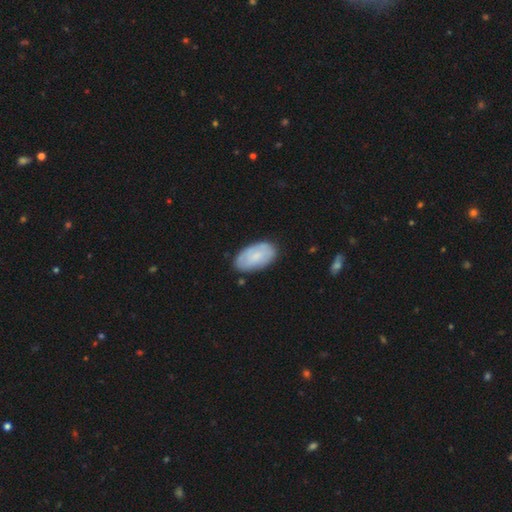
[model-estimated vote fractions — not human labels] A smooth galaxy with no disk features (67%) that is in between round and cigar-shaped (95%). Merging: none (80%).